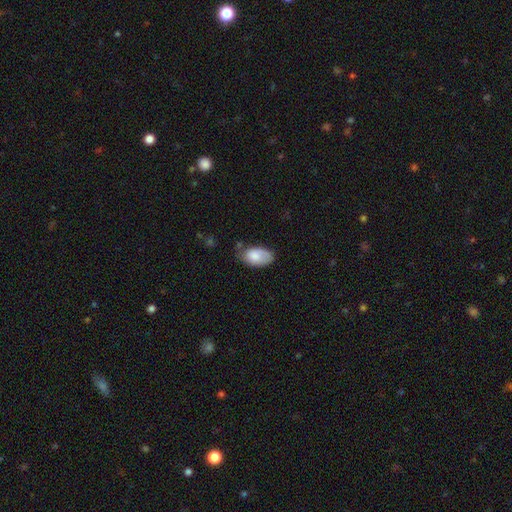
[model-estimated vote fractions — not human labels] A smooth galaxy with no disk features (80%) that is in between round and cigar-shaped (94%). Merging: none (54%).